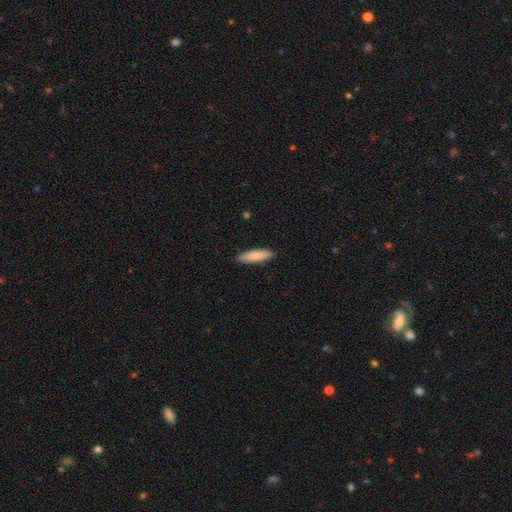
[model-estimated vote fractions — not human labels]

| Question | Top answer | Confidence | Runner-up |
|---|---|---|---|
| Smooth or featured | smooth | 84% | featured or disk (11%) |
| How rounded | cigar-shaped | 63% | in between (36%) |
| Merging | none | 89% | minor disturbance (8%) |